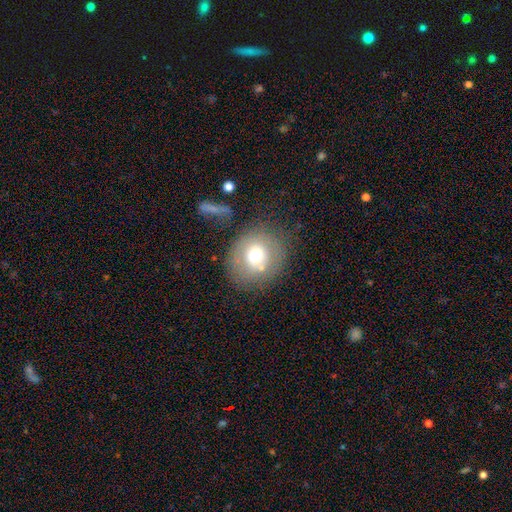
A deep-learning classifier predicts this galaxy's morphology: This appears to be a smooth galaxy with no disk features (65%) that is round (78%). Merging: none (70%).